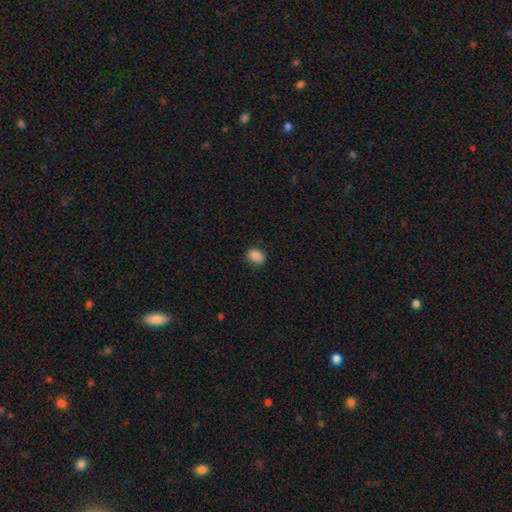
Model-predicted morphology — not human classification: smooth-or-featured: smooth: 84% | star or artifact: 9% | featured or disk: 7%
  how-rounded: in between: 72% | round: 27% | cigar-shaped: 1%
  merging: none: 83% | minor disturbance: 13% | major disturbance: 2% | merger: 1%